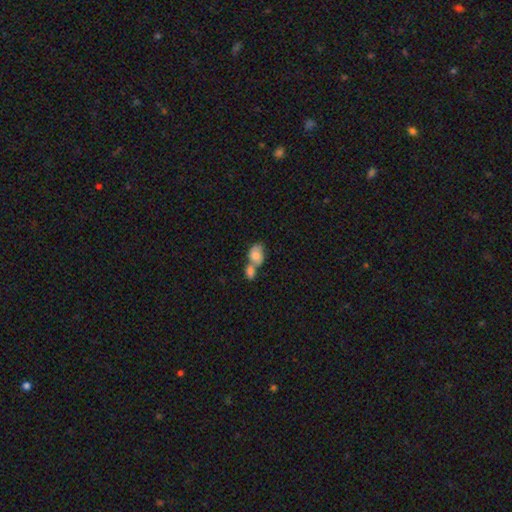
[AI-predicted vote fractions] A smooth galaxy with no disk features (71%) that is in between round and cigar-shaped (75%). Merging: merger (70%).